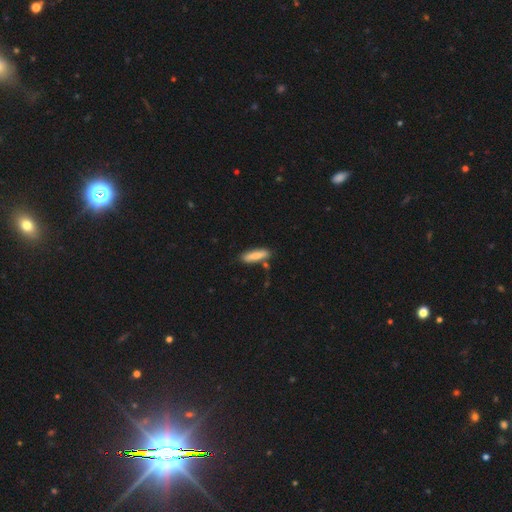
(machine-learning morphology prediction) The model was most divided on "how rounded": cigar-shaped: 68%, in between: 30%, round: 2%. More confident: merging — none (80%); smooth or featured — smooth (80%).